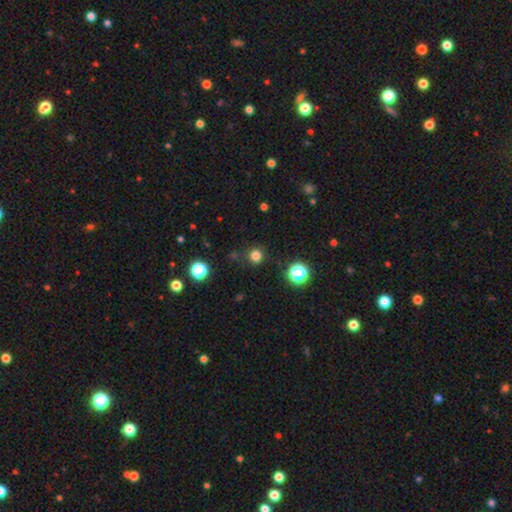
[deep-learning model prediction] A smooth galaxy with no disk features (78%) that is round (92%).

Vote fractions:
- Smooth or featured? smooth: 78% / star or artifact: 18% / featured or disk: 4%
- How rounded? round: 92% / in between: 7% / cigar-shaped: 1%
- Merging? none: 86% / minor disturbance: 8% / major disturbance: 3% / merger: 3%